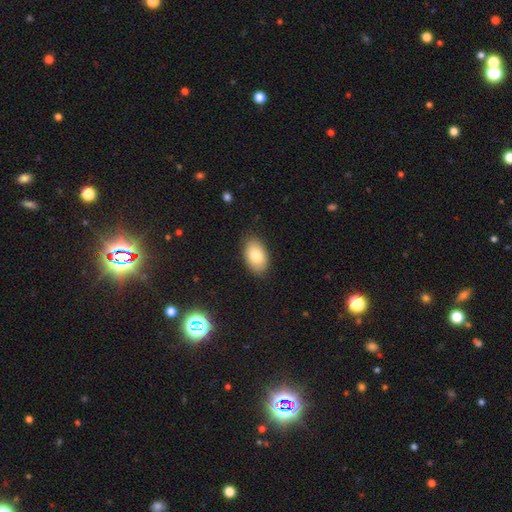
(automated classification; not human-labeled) Q: Smooth or featured?
A: smooth (80%); runner-up: featured or disk (13%)
Q: How rounded?
A: in between (91%); runner-up: round (7%)
Q: Merging?
A: none (86%); runner-up: minor disturbance (11%)